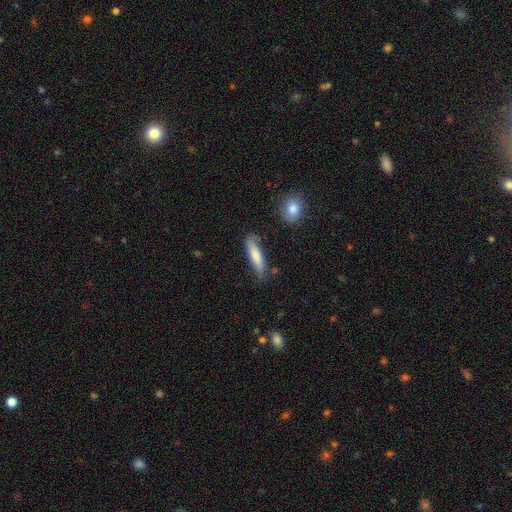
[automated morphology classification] Smooth or featured: smooth — 74% (featured or disk — 20%)
How rounded: cigar-shaped — 78% (in between — 20%)
Merging: none — 75% (minor disturbance — 18%)